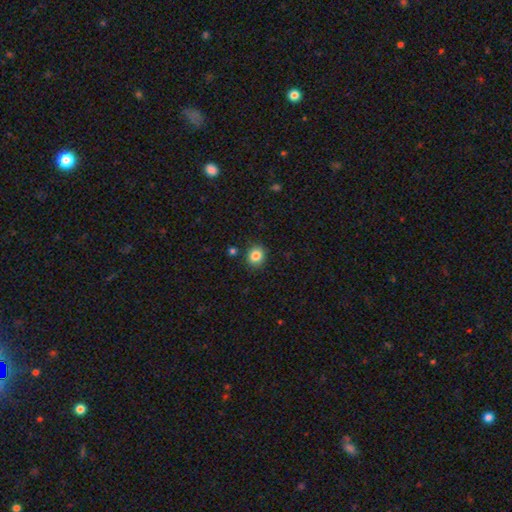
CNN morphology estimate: Smooth or featured? smooth (84%)
How rounded? round (78%)
Merging? none (88%)